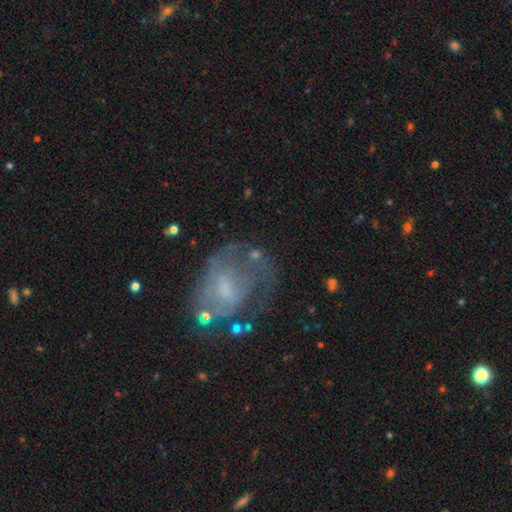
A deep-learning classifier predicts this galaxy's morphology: Smooth or featured? featured or disk (59%)
Edge-on disk? no (97%)
Bar? no (57%)
Spiral arms? yes (53%)
Bulge size? small (33%)
Merging? none (40%)